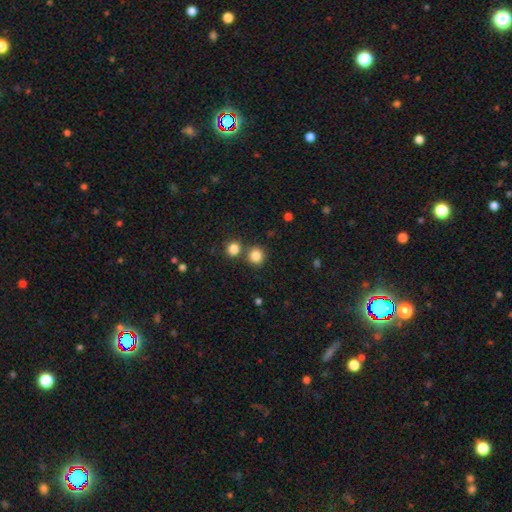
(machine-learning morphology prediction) type=smooth (84%); roundness=round (90%); merging=none (73%).